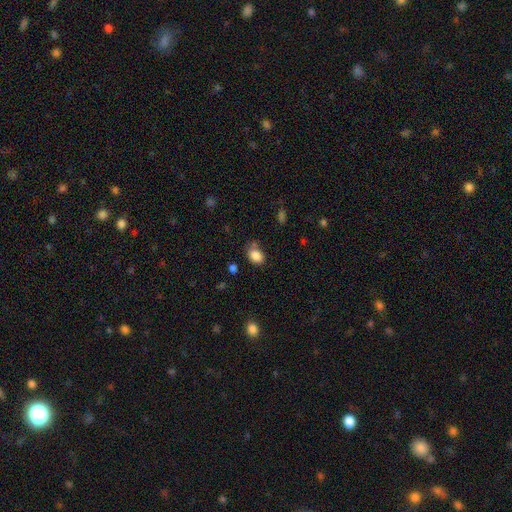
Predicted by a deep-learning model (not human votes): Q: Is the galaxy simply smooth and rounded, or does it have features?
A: smooth — 85%.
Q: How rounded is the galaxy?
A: in between — 71%.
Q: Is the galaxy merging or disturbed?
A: none — 64%.